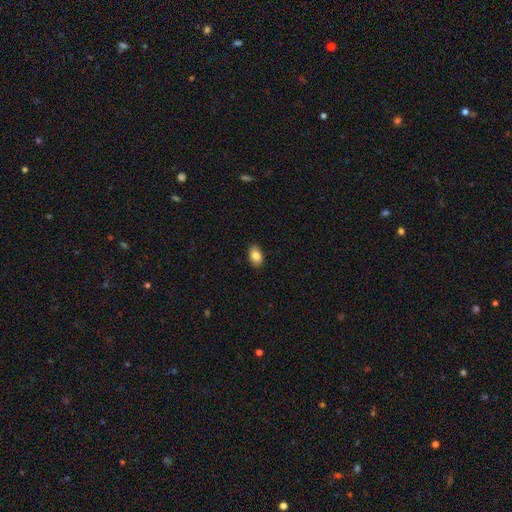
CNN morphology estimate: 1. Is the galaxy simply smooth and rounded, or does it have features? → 86% smooth, 8% star or artifact, 7% featured or disk.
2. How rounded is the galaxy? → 87% in between, 12% round, 1% cigar-shaped.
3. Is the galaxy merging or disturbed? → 87% none, 10% minor disturbance, 2% major disturbance, 1% merger.